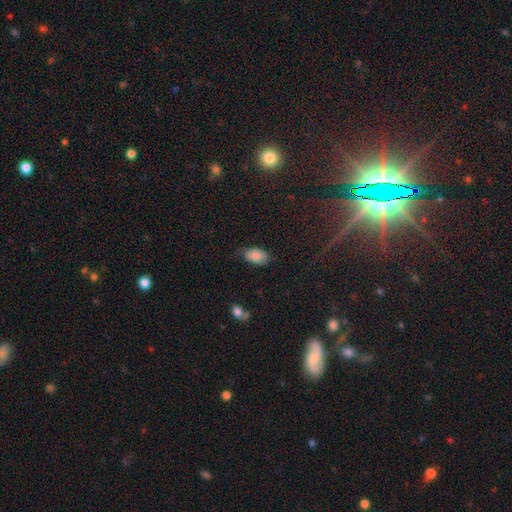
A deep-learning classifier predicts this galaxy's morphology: Overall: smooth (84%). How rounded: in between (92%). Merging: none (60%; minor disturbance 30%).